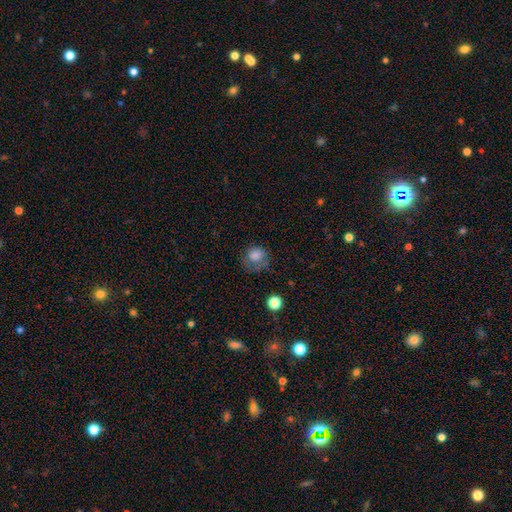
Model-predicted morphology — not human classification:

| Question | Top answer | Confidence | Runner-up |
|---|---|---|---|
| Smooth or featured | smooth | 77% | featured or disk (12%) |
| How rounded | round | 71% | in between (28%) |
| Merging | none | 41% | major disturbance (28%) |